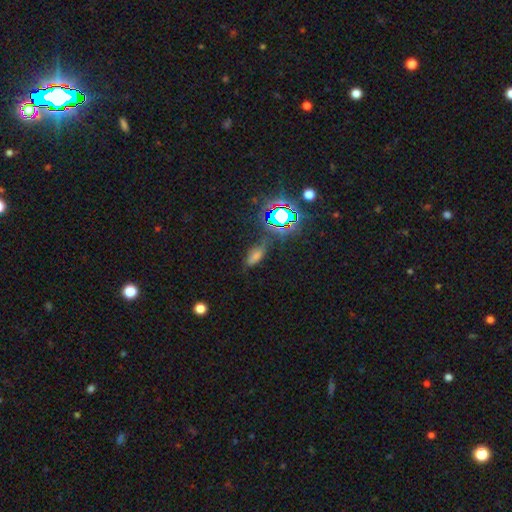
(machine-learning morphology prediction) Q: Smooth or featured?
A: smooth (45%); runner-up: star or artifact (41%)
Q: Merging?
A: none (72%); runner-up: minor disturbance (17%)